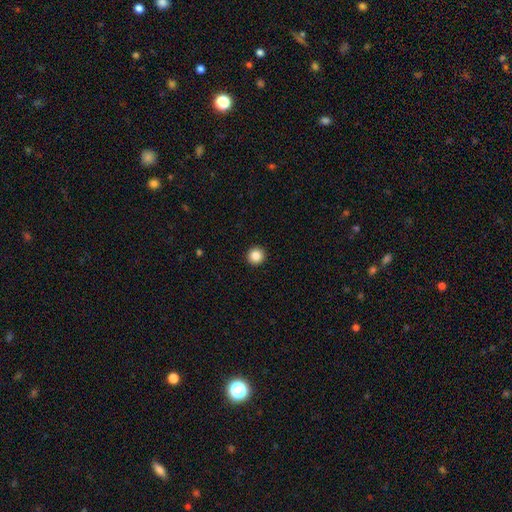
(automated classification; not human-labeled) This appears to be a smooth galaxy with no disk features (87%) that is round (95%). Merging: none (93%).